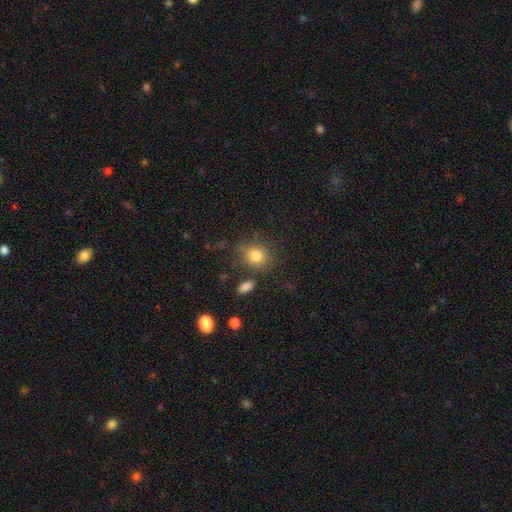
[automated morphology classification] A smooth galaxy with no disk features (83%) that is round (72%).

Vote fractions:
- Smooth or featured? smooth: 83% / star or artifact: 11% / featured or disk: 7%
- How rounded? round: 72% / in between: 26% / cigar-shaped: 1%
- Merging? none: 74% / minor disturbance: 14% / merger: 6% / major disturbance: 5%